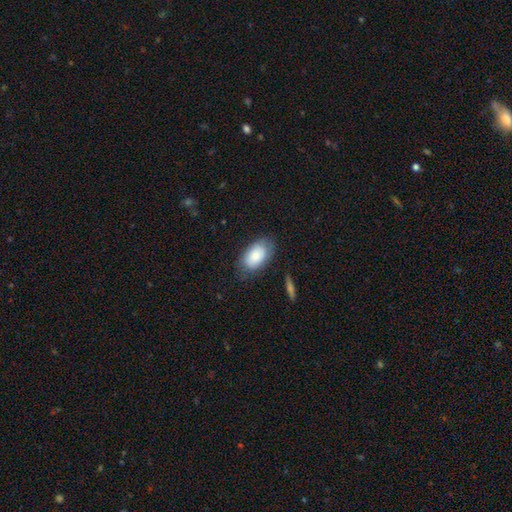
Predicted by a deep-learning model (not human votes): Morphology: type=smooth (82%); roundness=in between (93%); merging=none (72%).